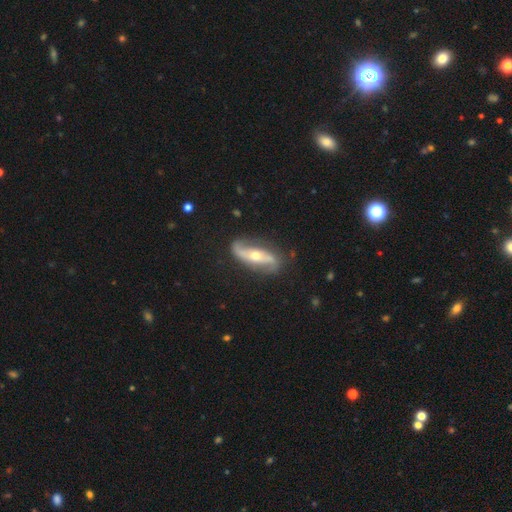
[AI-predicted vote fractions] Smooth or featured? featured or disk (86%)
Edge-on disk? no (86%)
Bar? no (40%)
Spiral arms? yes (94%)
Spiral winding? loose (66%)
Spiral arm count? 2 (93%)
Bulge size? moderate (61%)
Merging? none (82%)